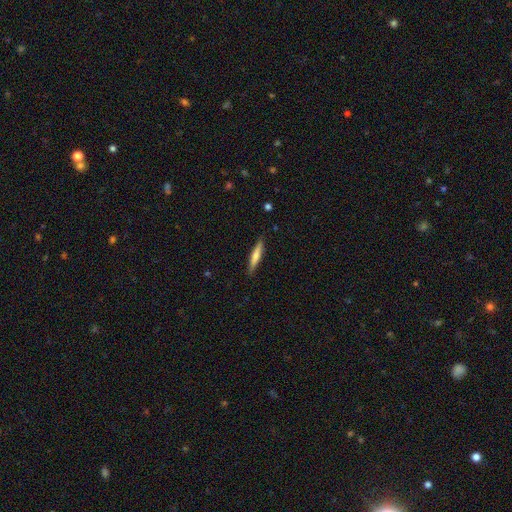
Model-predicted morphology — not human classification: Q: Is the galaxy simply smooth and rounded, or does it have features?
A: smooth — 63%.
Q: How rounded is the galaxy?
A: cigar-shaped — 91%.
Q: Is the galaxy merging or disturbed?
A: none — 89%.